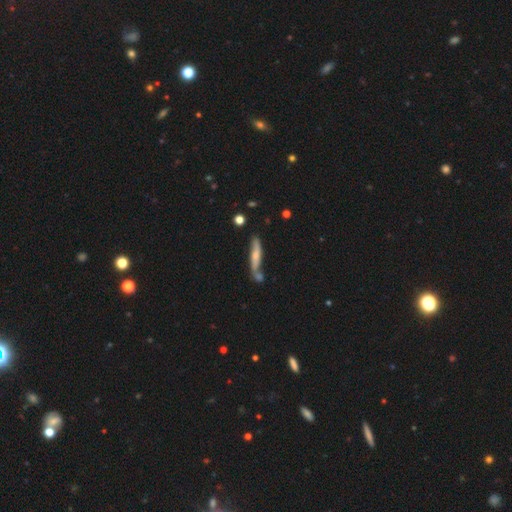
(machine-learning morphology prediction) Smooth or featured? Predicted: smooth (p=0.54). How rounded? Predicted: cigar-shaped (p=0.86). Merging? Predicted: none (p=0.58).